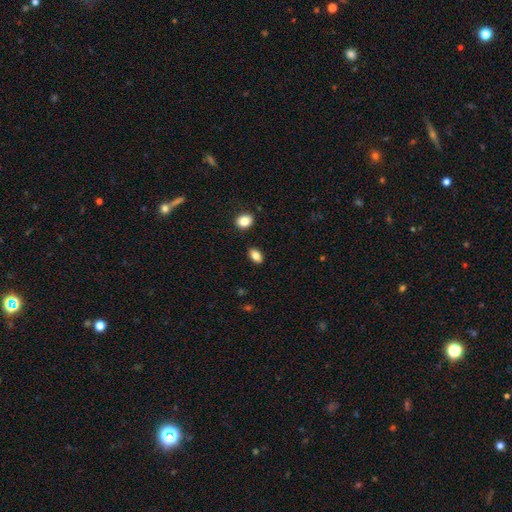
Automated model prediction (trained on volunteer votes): Smooth or featured? Predicted: smooth (p=0.84). How rounded? Predicted: in between (p=0.88). Merging? Predicted: none (p=0.87).